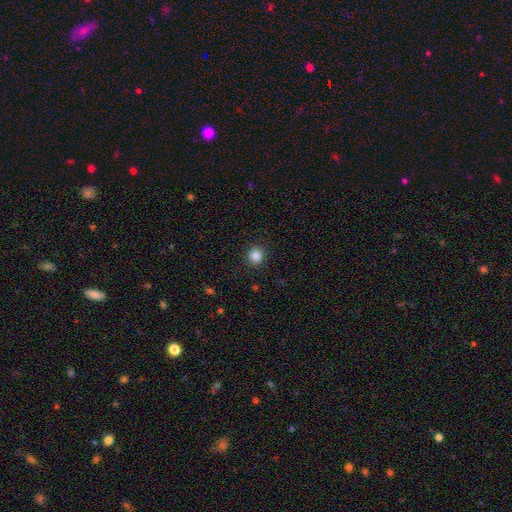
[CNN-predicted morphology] smooth-or-featured: smooth: 86% | star or artifact: 11% | featured or disk: 4%
  how-rounded: round: 84% | in between: 16% | cigar-shaped: 1%
  merging: none: 90% | minor disturbance: 6% | major disturbance: 2% | merger: 1%